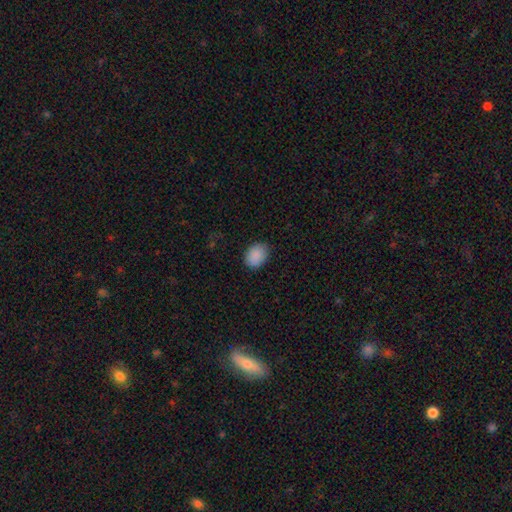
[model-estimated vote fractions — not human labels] Morphology: type=smooth (90%); roundness=in between (70%); merging=none (85%).